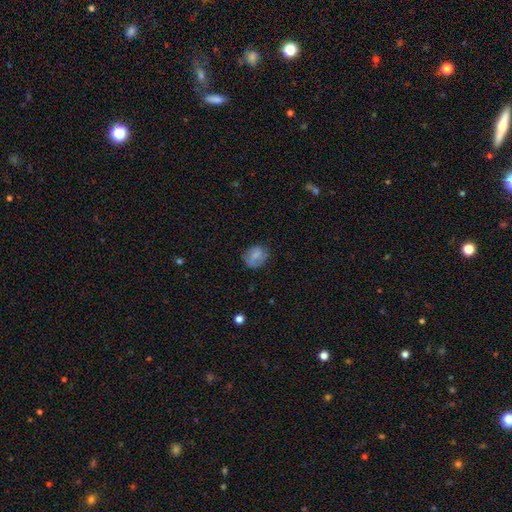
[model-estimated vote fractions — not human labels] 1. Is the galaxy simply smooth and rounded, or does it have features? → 74% smooth, 18% featured or disk, 9% star or artifact.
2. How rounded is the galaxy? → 60% round, 39% in between, 1% cigar-shaped.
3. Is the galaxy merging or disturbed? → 69% none, 23% minor disturbance, 7% major disturbance, 1% merger.